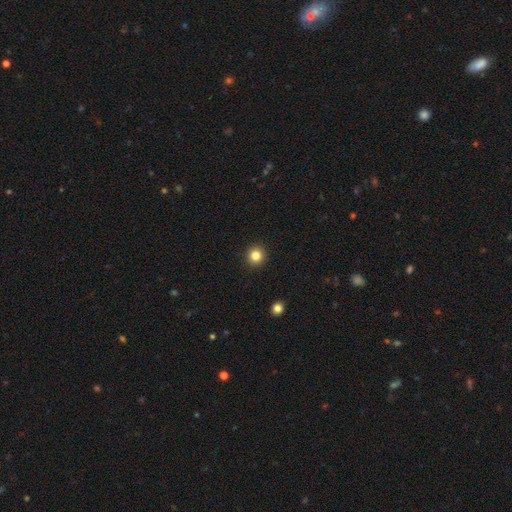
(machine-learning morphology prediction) A smooth galaxy with no disk features (83%) that is round (94%). Merging: none (93%).